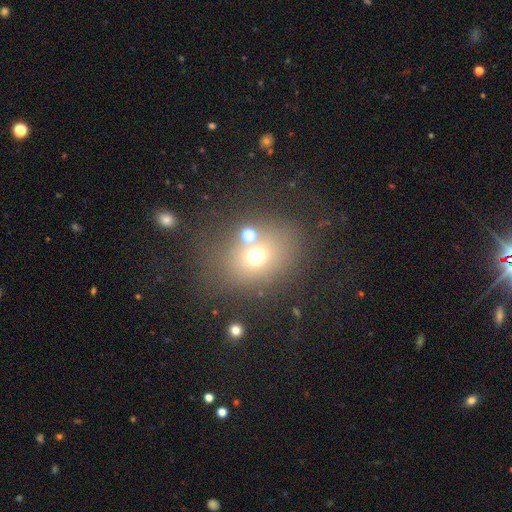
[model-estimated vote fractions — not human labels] The model was most divided on "how rounded": round: 61%, in between: 37%, cigar-shaped: 1%. More confident: smooth or featured — smooth (64%); merging — none (64%).